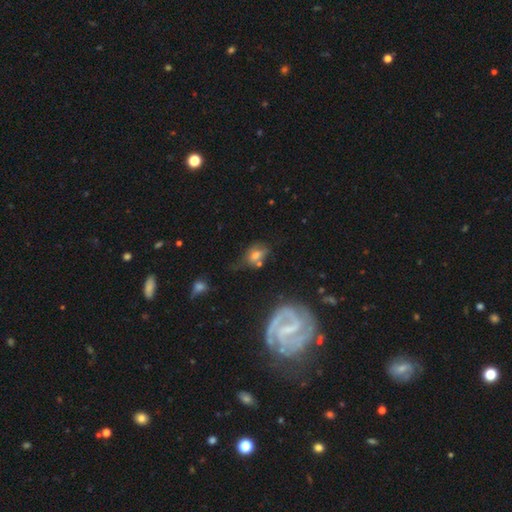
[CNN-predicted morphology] Smooth or featured? Predicted: smooth (p=0.59). How rounded? Predicted: in between (p=0.73). Merging? Predicted: none (p=0.44).